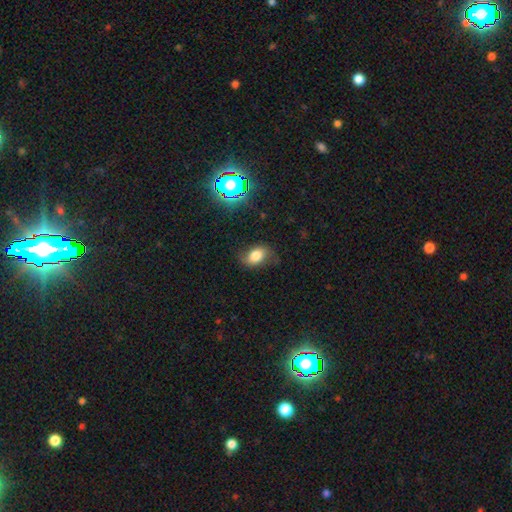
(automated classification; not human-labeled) Smooth or featured: smooth — 68% (featured or disk — 18%)
How rounded: in between — 83% (round — 16%)
Merging: none — 68% (minor disturbance — 23%)